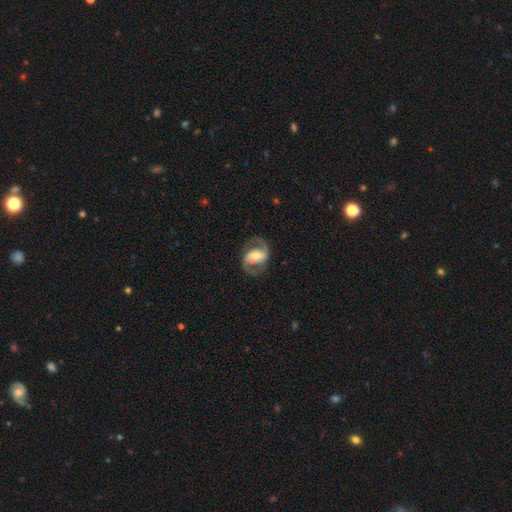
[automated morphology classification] This appears to be a featured or disk galaxy (85%) with a weak bar (39%), 2 (92%) medium (54%) spiral arms (94%) and a moderate central bulge (58%). Merging: none (79%).